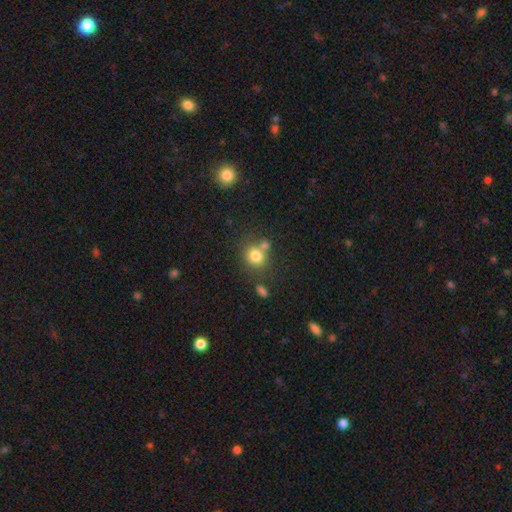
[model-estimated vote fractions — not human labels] Smooth or featured? Predicted: smooth (p=0.78). How rounded? Predicted: round (p=0.78). Merging? Predicted: none (p=0.58).